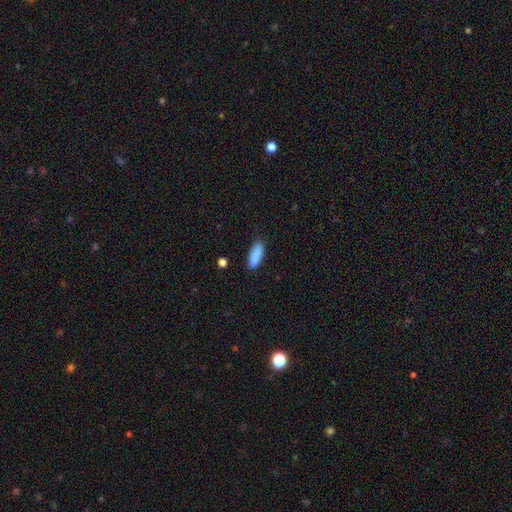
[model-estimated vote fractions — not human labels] A smooth galaxy with no disk features (89%) that is in between round and cigar-shaped (65%). Merging: none (85%).